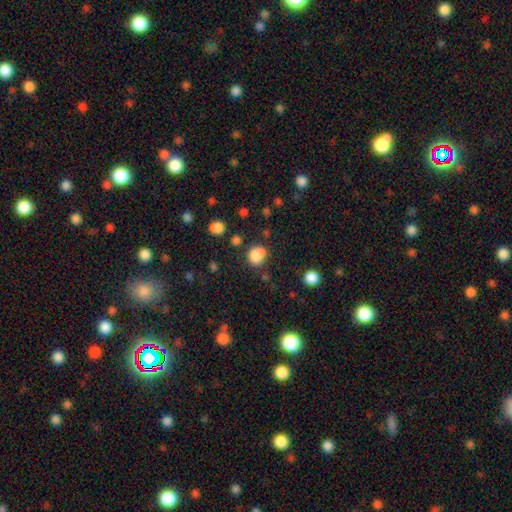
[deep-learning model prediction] The model was most divided on "how rounded": round: 62%, in between: 37%, cigar-shaped: 1%. More confident: smooth or featured — smooth (83%); merging — none (60%).